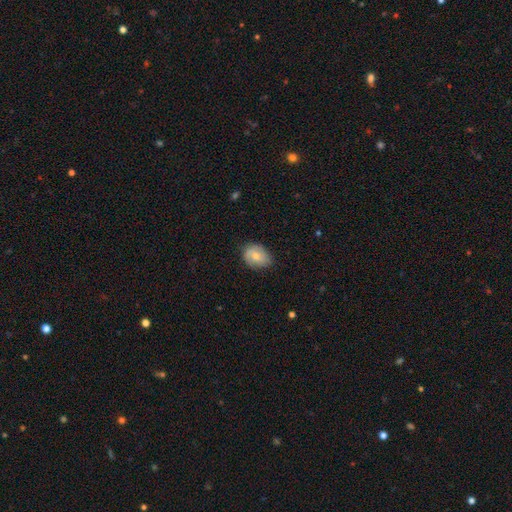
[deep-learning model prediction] This appears to be a smooth galaxy with no disk features (59%) that is in between round and cigar-shaped (61%). Merging: none (69%).